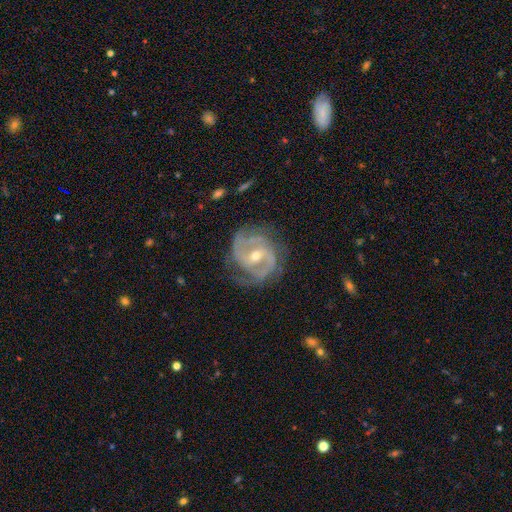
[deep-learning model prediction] Smooth or featured: featured or disk — 90% (smooth — 5%)
Edge-on disk: no — 97% (yes — 3%)
Bar: weak — 45% (no — 27%)
Spiral arms: yes — 97% (no — 3%)
Spiral winding: medium — 46% (tight — 42%)
Spiral arm count: 2 — 63% (3 — 17%)
Bulge size: moderate — 55% (small — 42%)
Merging: none — 72% (minor disturbance — 19%)